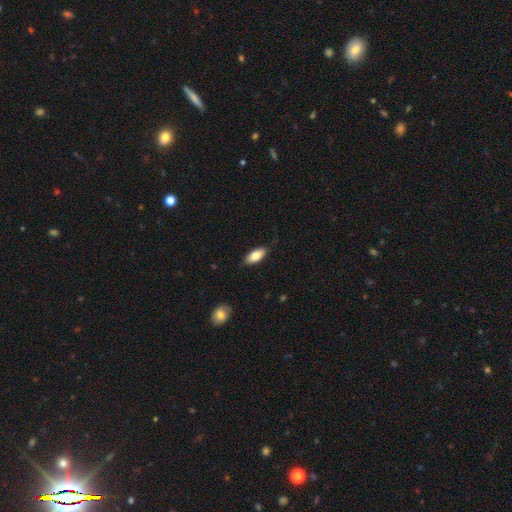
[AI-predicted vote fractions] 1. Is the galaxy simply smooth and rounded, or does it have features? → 82% smooth, 11% featured or disk, 6% star or artifact.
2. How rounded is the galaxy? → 87% in between, 11% cigar-shaped, 2% round.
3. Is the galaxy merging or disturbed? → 83% none, 13% minor disturbance, 2% major disturbance, 1% merger.